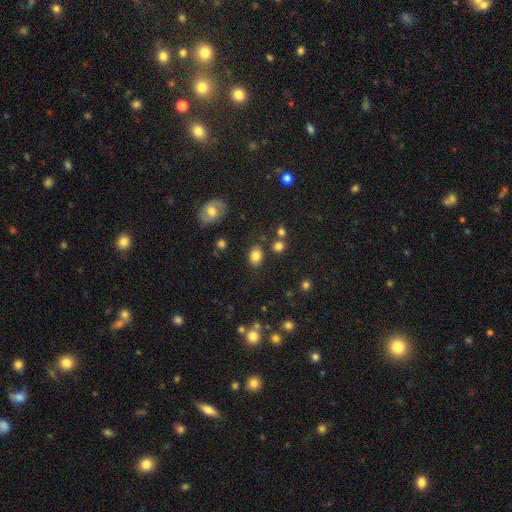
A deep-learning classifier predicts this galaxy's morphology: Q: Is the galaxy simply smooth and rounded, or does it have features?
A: smooth — 82%.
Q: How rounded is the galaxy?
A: in between — 67%.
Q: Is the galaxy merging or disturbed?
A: none — 79%.